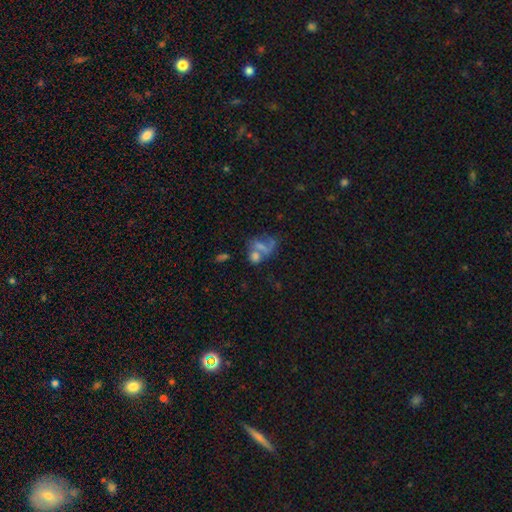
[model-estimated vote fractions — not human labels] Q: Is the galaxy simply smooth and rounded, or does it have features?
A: smooth — 53%.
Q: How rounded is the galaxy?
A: in between — 58%.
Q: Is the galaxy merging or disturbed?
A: merger — 51%.